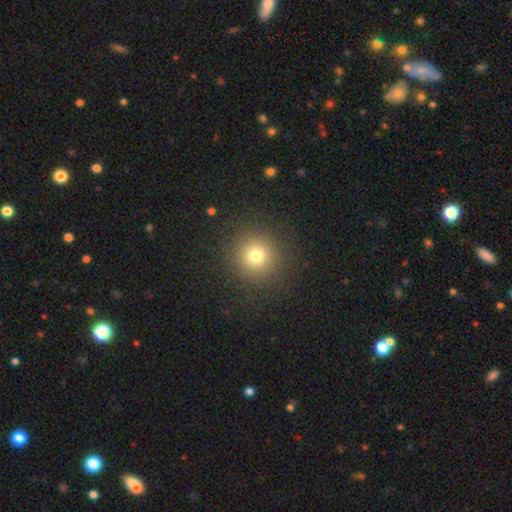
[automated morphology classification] The model was most divided on "smooth or featured": smooth: 74%, star or artifact: 18%, featured or disk: 8%. More confident: how rounded — round (94%); merging — none (89%).